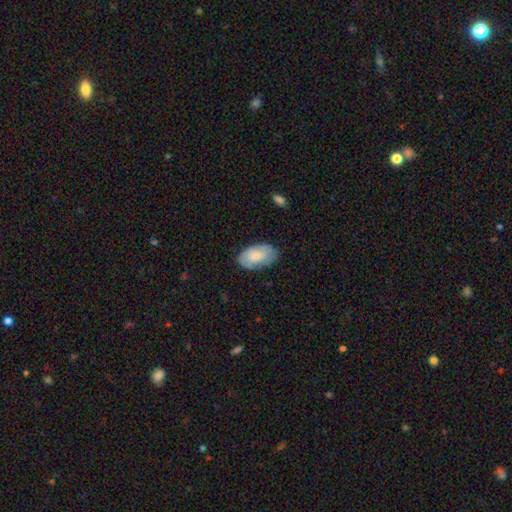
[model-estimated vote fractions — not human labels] Q: Smooth or featured?
A: smooth (65%); runner-up: featured or disk (29%)
Q: How rounded?
A: in between (94%); runner-up: round (5%)
Q: Merging?
A: none (75%); runner-up: minor disturbance (19%)